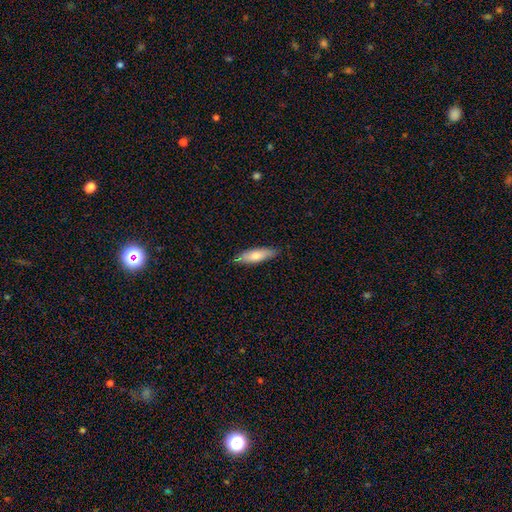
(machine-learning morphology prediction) Smooth or featured?
  - smooth: 71% *
  - featured or disk: 24%
  - star or artifact: 6%
How rounded?
  - cigar-shaped: 57% *
  - in between: 41%
  - round: 2%
Merging?
  - none: 81% *
  - minor disturbance: 15%
  - major disturbance: 2%
  - merger: 1%